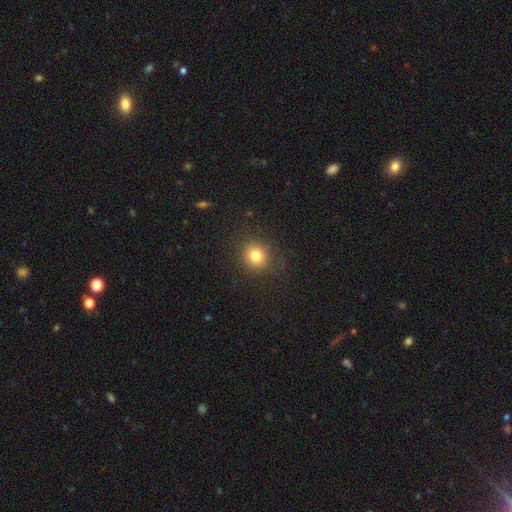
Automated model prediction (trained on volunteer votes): Overall: smooth (81%). How rounded: round (87%). Merging: none (87%).